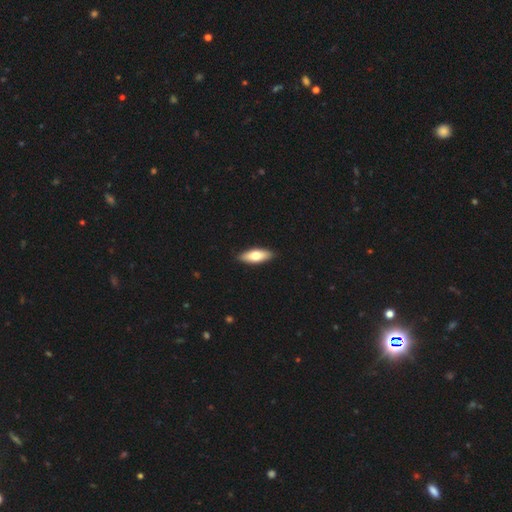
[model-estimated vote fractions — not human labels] This appears to be a smooth galaxy with no disk features (69%) that is in between round and cigar-shaped (68%). Merging: none (90%).